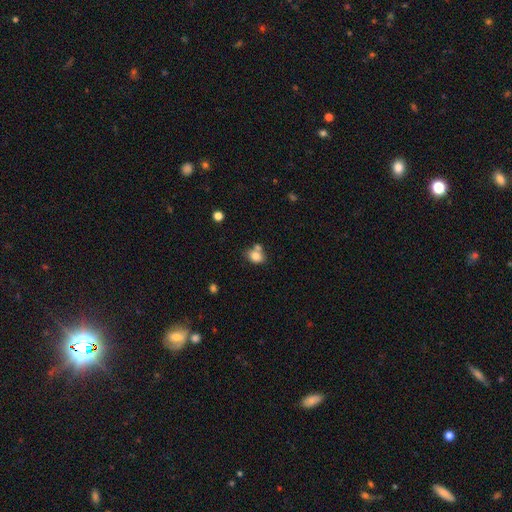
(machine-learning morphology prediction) This is clearly a smooth galaxy (80%). How rounded: possibly in between (59%). Merging: possibly none (52%).